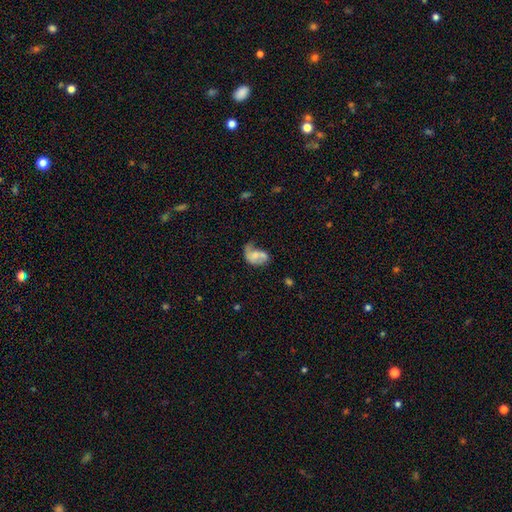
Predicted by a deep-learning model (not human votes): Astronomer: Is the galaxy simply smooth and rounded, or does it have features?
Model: featured or disk — 48% (runner-up: smooth, 42%).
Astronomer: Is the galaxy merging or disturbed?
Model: major disturbance — 29% (runner-up: merger, 24%).